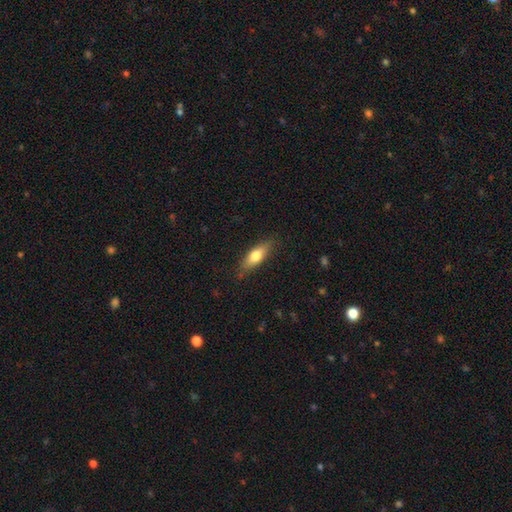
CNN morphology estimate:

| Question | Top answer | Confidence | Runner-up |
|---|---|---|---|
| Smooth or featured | smooth | 69% | featured or disk (25%) |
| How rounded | in between | 57% | cigar-shaped (40%) |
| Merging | none | 82% | minor disturbance (14%) |